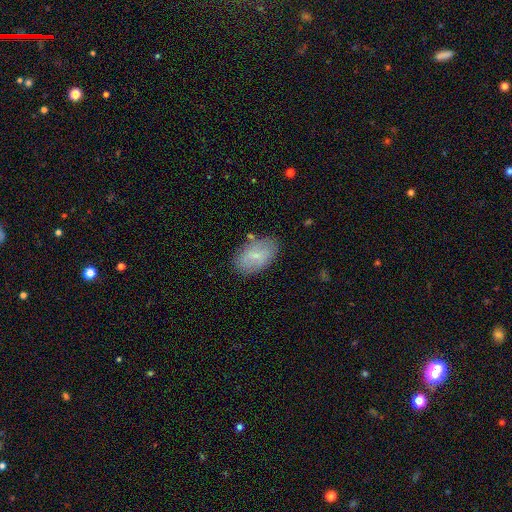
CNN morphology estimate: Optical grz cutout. It shows a smooth galaxy with no disk features (63%) that is in between round and cigar-shaped (92%). Merging: none (78%).